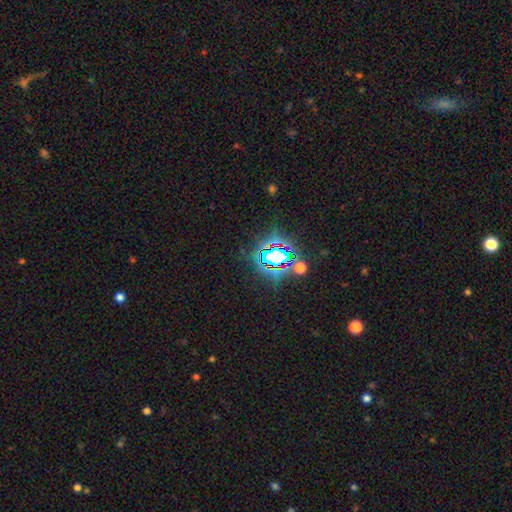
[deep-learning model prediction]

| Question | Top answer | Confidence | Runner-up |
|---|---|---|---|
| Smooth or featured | star or artifact | 80% | smooth (13%) |